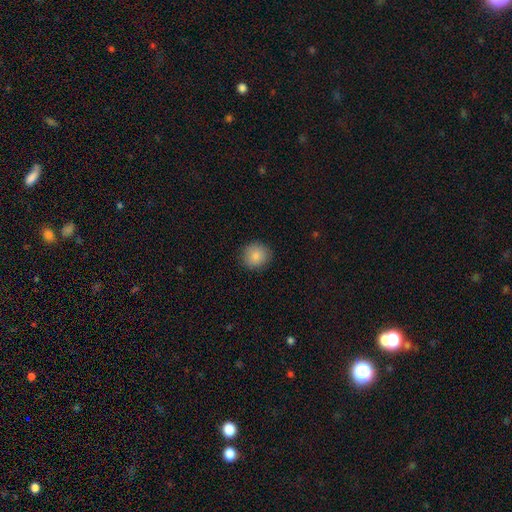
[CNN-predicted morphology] Q: Smooth or featured?
A: smooth (86%); runner-up: star or artifact (8%)
Q: How rounded?
A: round (88%); runner-up: in between (11%)
Q: Merging?
A: none (89%); runner-up: minor disturbance (8%)